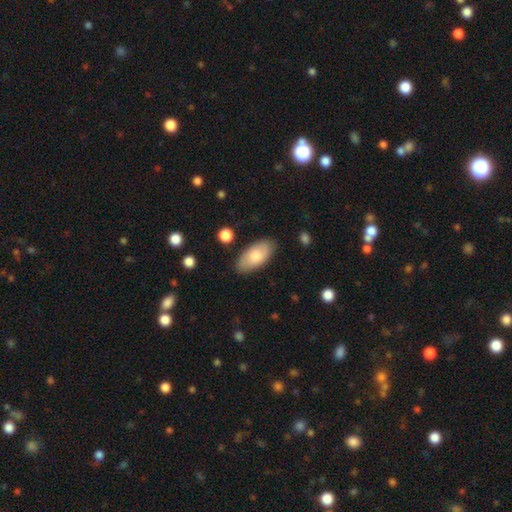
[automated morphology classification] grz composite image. It shows a smooth galaxy with no disk features (78%) that is in between round and cigar-shaped (92%). Merging: none (83%).